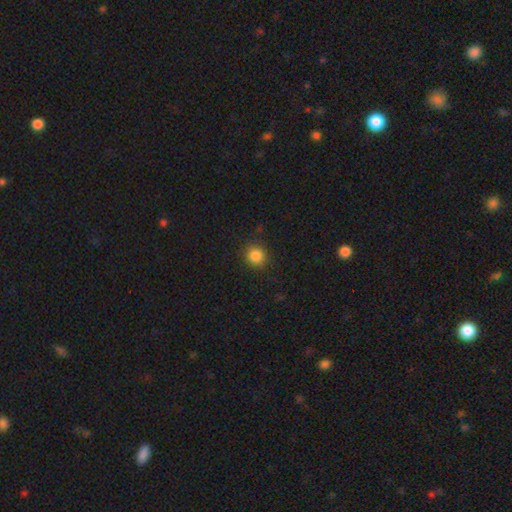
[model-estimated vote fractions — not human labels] smooth 86%, star or artifact 11%, featured or disk 3%. Down the decision tree: how rounded — round (90%); merging — none (89%).